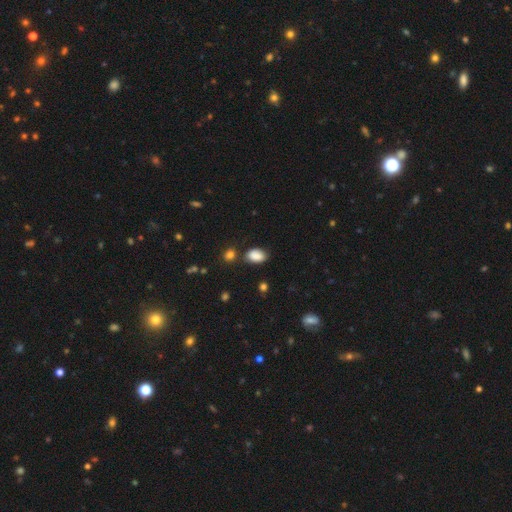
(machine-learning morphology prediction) A smooth galaxy with no disk features (88%) that is in between round and cigar-shaped (90%). Merging: none (72%).